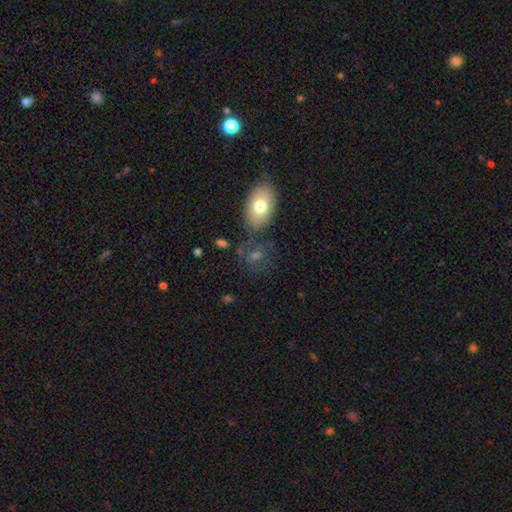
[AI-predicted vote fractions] Smooth or featured? smooth (57%)
How rounded? in between (64%)
Merging? none (63%)